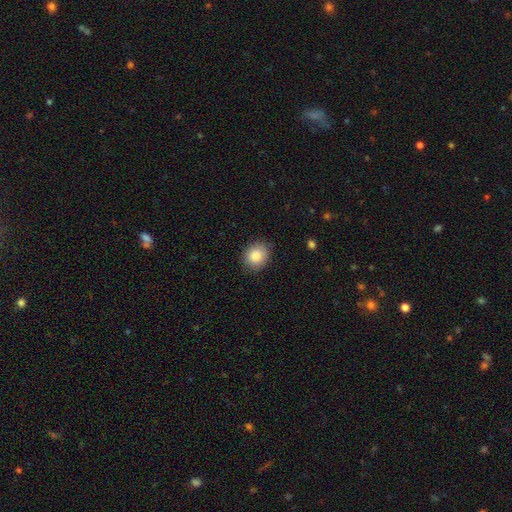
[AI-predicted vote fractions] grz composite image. It shows a smooth galaxy with no disk features (86%) that is round (66%). Merging: none (86%).